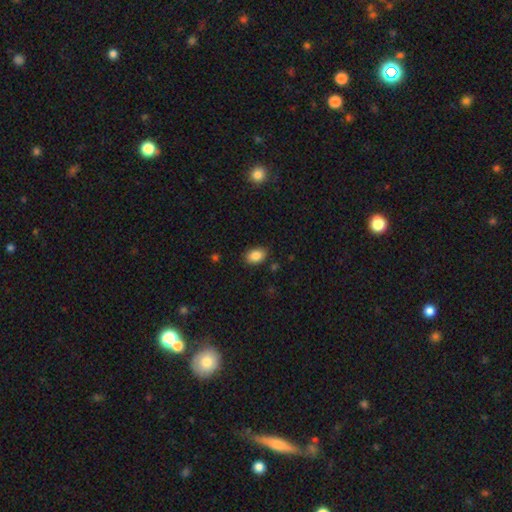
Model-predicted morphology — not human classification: Smooth or featured? smooth (86%)
How rounded? in between (79%)
Merging? none (85%)